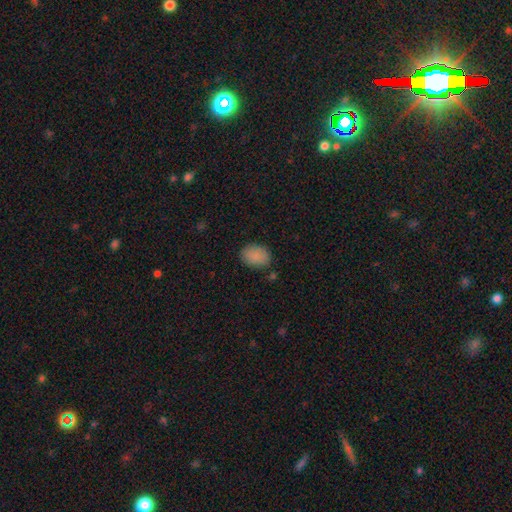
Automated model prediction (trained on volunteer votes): A smooth galaxy with no disk features (87%) that is in between round and cigar-shaped (70%). Merging: none (79%).